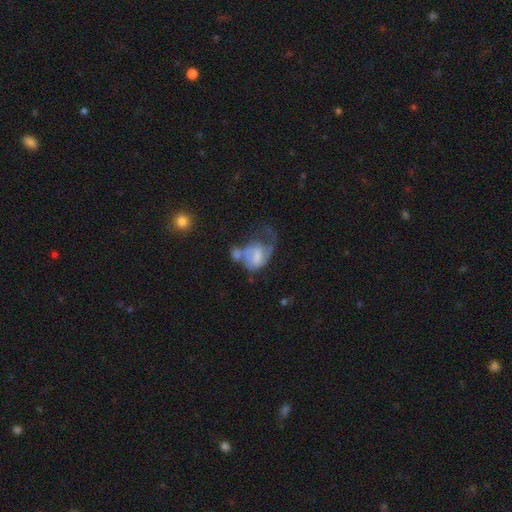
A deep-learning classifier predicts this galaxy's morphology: A featured or disk galaxy (58%) with a weak bar (44%), spiral arms (66%) and no central bulge (30%). Merging: major disturbance (40%).